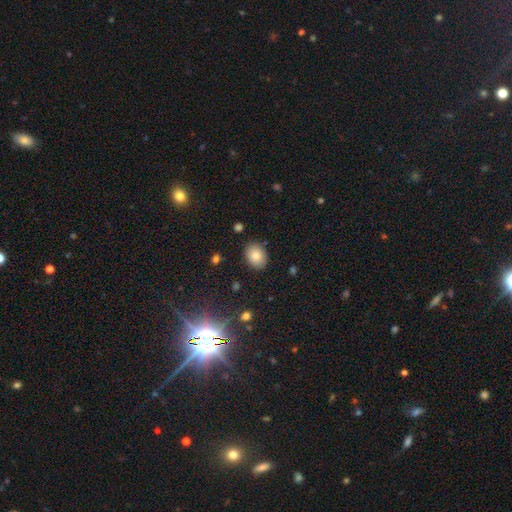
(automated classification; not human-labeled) A smooth galaxy with no disk features (82%) that is in between round and cigar-shaped (66%). Merging: none (86%).